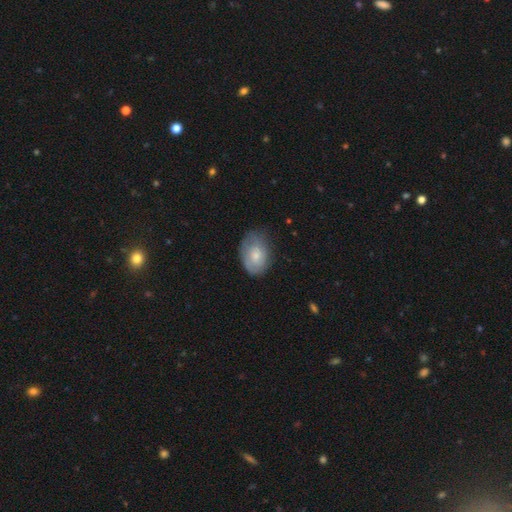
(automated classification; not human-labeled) Smooth or featured?
  - smooth: 62% *
  - featured or disk: 31%
  - star or artifact: 7%
How rounded?
  - in between: 74% *
  - round: 25%
  - cigar-shaped: 1%
Merging?
  - none: 61% *
  - minor disturbance: 29%
  - major disturbance: 9%
  - merger: 1%